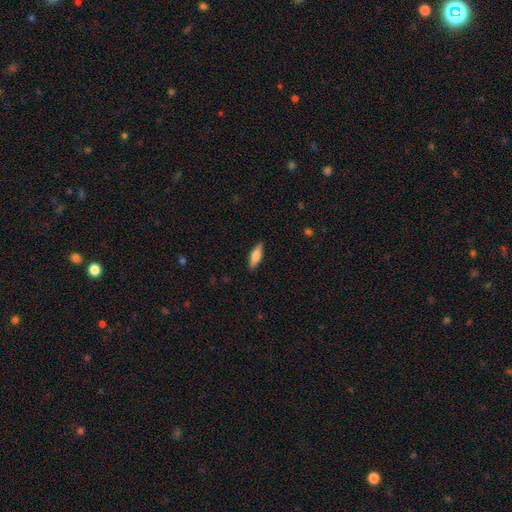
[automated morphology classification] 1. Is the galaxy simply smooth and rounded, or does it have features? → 69% smooth, 25% featured or disk, 6% star or artifact.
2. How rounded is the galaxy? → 56% in between, 41% cigar-shaped, 2% round.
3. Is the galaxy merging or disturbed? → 88% none, 9% minor disturbance, 2% major disturbance, 1% merger.